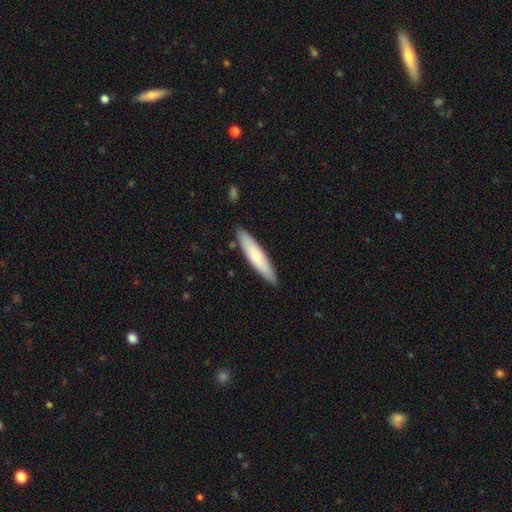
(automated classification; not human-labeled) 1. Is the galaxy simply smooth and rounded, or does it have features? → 71% smooth, 24% featured or disk, 5% star or artifact.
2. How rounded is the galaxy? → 85% cigar-shaped, 14% in between, 1% round.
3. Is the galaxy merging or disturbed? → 88% none, 9% minor disturbance, 1% major disturbance, 1% merger.